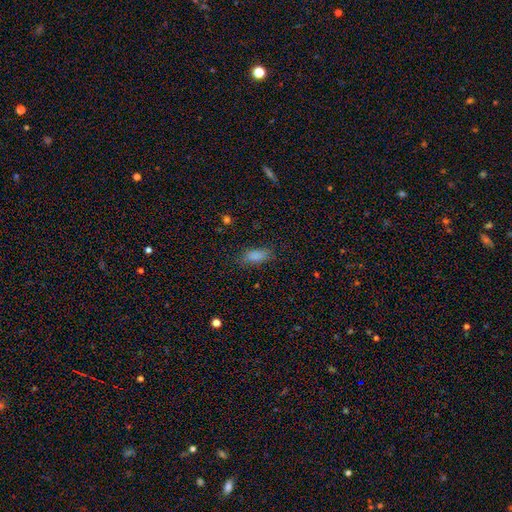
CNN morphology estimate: This appears to be a smooth galaxy with no disk features (84%) that is in between round and cigar-shaped (81%). Merging: none (78%).